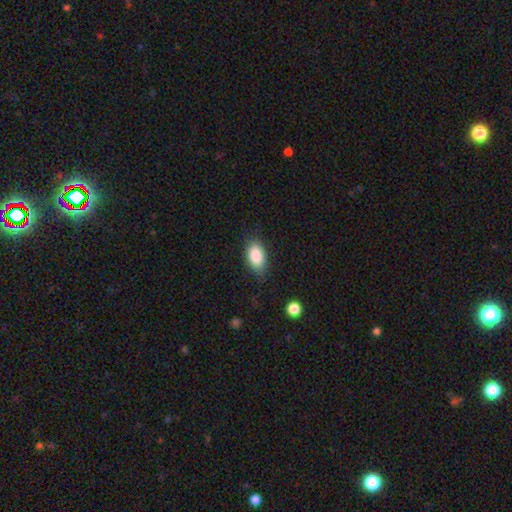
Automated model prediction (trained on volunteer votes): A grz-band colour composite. It shows a smooth galaxy with no disk features (86%) that is in between round and cigar-shaped (91%). Merging: none (79%).